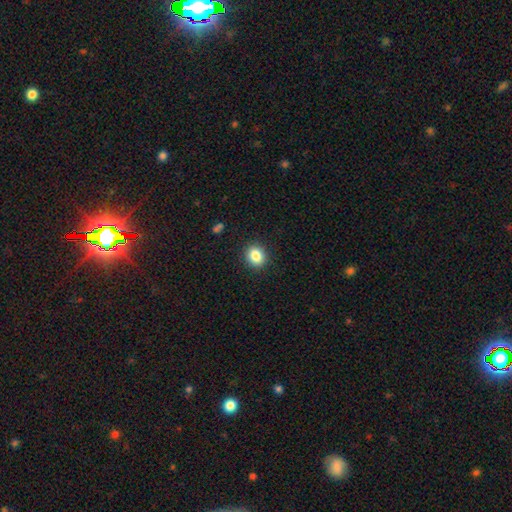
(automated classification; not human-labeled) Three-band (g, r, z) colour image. It shows a smooth galaxy with no disk features (85%) that is round (68%). Merging: none (90%).